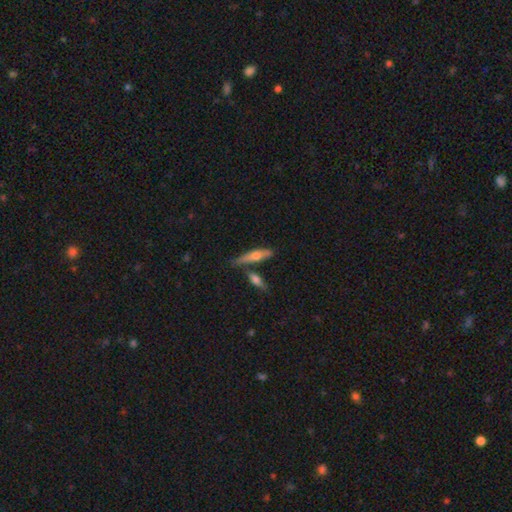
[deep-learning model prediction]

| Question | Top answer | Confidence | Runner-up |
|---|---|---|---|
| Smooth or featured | smooth | 49% | featured or disk (44%) |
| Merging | none | 62% | merger (18%) |